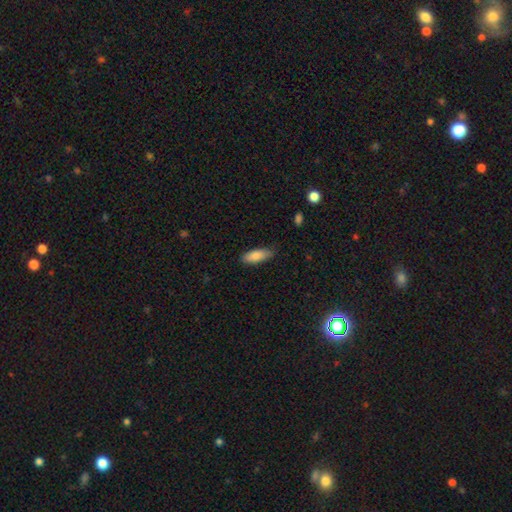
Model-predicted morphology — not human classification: smooth_or_featured: smooth (p=0.86) [alt: featured or disk p=0.08]
how_rounded: in between (p=0.69) [alt: cigar-shaped p=0.29]
merging: none (p=0.79) [alt: minor disturbance p=0.17]